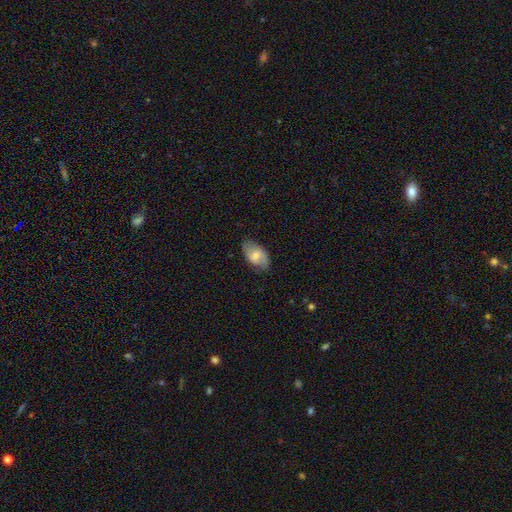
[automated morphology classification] smooth-or-featured: smooth: 63% | featured or disk: 31% | star or artifact: 7%
  how-rounded: in between: 92% | round: 7% | cigar-shaped: 2%
  merging: none: 74% | minor disturbance: 20% | major disturbance: 5% | merger: 1%